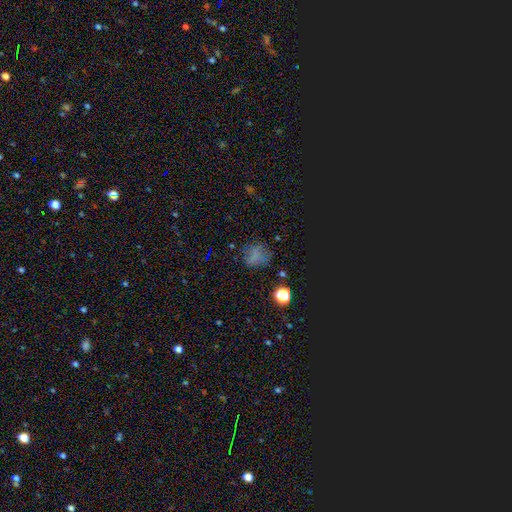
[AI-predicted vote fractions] The model was most divided on "smooth or featured": smooth: 55%, star or artifact: 30%, featured or disk: 15%. More confident: how rounded — round (70%); merging — none (61%).